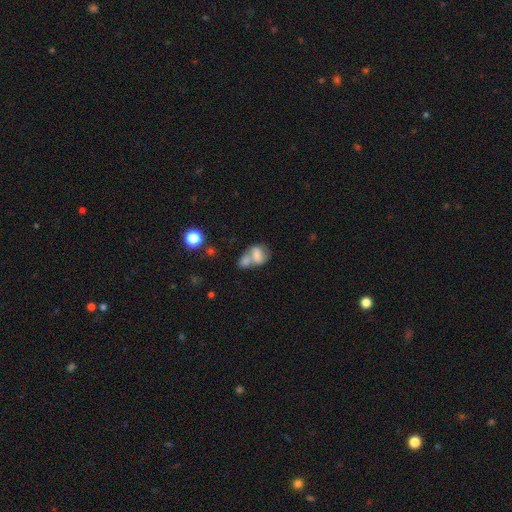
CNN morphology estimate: The model was most divided on "smooth or featured": smooth: 68%, featured or disk: 22%, star or artifact: 10%. More confident: how rounded — in between (72%); merging — merger (65%).